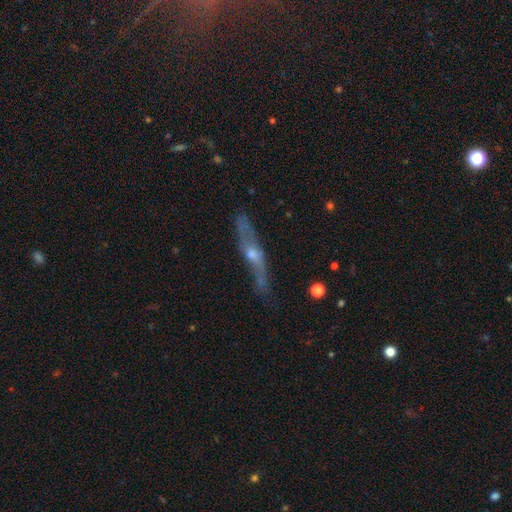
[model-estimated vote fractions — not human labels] Q: Smooth or featured?
A: featured or disk (70%); runner-up: smooth (20%)
Q: Edge-on disk?
A: yes (77%); runner-up: no (23%)
Q: Edge-on bulge?
A: rounded (82%); runner-up: none (14%)
Q: Merging?
A: none (74%); runner-up: minor disturbance (18%)